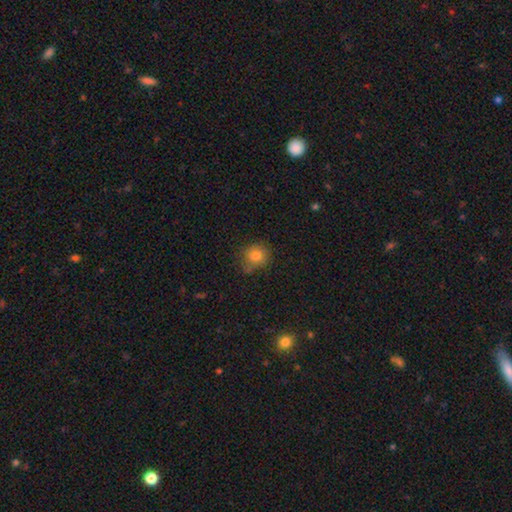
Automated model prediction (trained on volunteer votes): This appears to be a smooth galaxy with no disk features (81%) that is round (84%). Merging: none (72%).